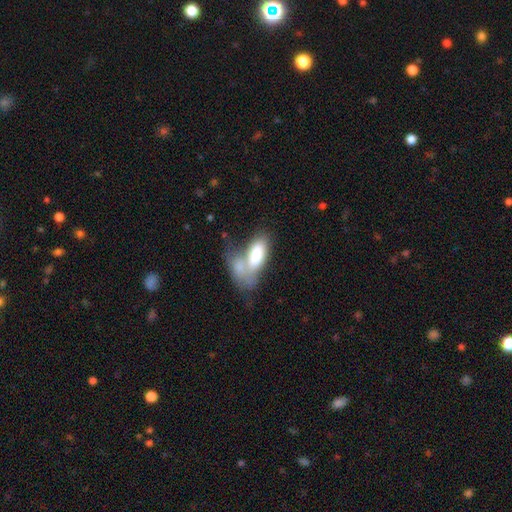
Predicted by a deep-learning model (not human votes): Morphology: type=smooth (74%); roundness=in between (81%); merging=merger (55%).